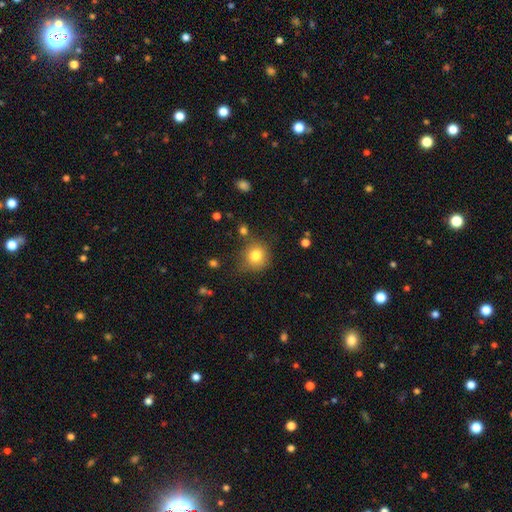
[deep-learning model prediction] smooth 80%, star or artifact 12%, featured or disk 8%. Down the decision tree: how rounded — round (88%); merging — none (75%).